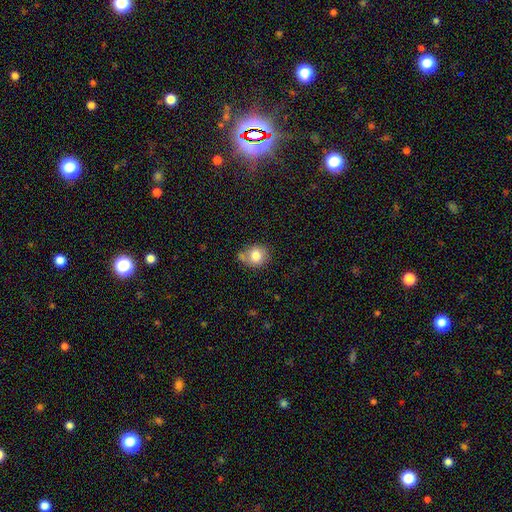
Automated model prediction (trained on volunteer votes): Q: Smooth or featured?
A: smooth (79%); runner-up: featured or disk (12%)
Q: How rounded?
A: round (71%); runner-up: in between (29%)
Q: Merging?
A: none (58%); runner-up: minor disturbance (24%)